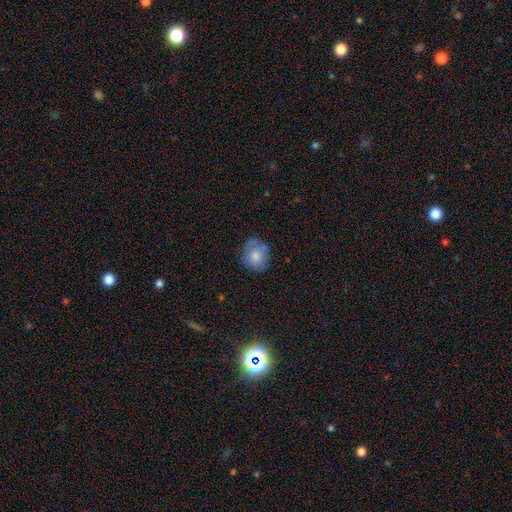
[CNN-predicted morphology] Smooth or featured: smooth — 75% (featured or disk — 17%)
How rounded: round — 70% (in between — 29%)
Merging: none — 72% (minor disturbance — 21%)